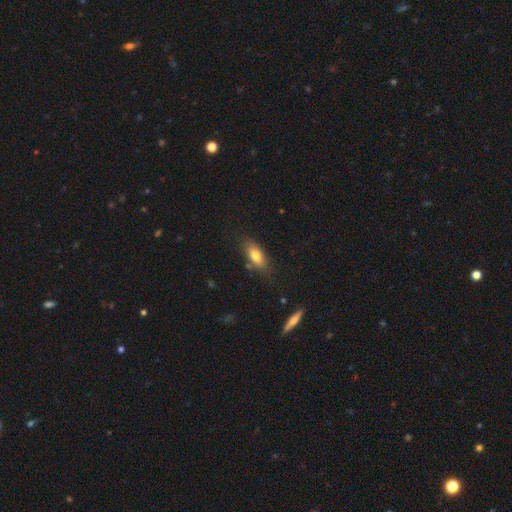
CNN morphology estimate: A smooth galaxy with no disk features (76%) that is in between round and cigar-shaped (81%). Merging: none (75%).